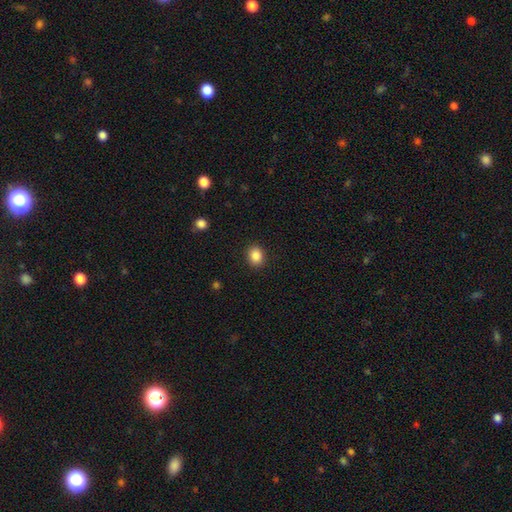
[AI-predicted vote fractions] smooth-or-featured: smooth: 87% | star or artifact: 10% | featured or disk: 4%
  how-rounded: round: 55% | in between: 44% | cigar-shaped: 1%
  merging: none: 89% | minor disturbance: 7% | major disturbance: 2% | merger: 1%